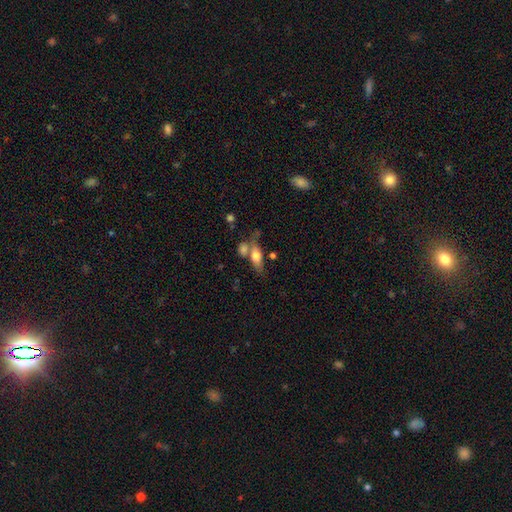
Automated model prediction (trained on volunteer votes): Smooth or featured? Predicted: smooth (p=0.67). How rounded? Predicted: in between (p=0.68). Merging? Predicted: none (p=0.45).